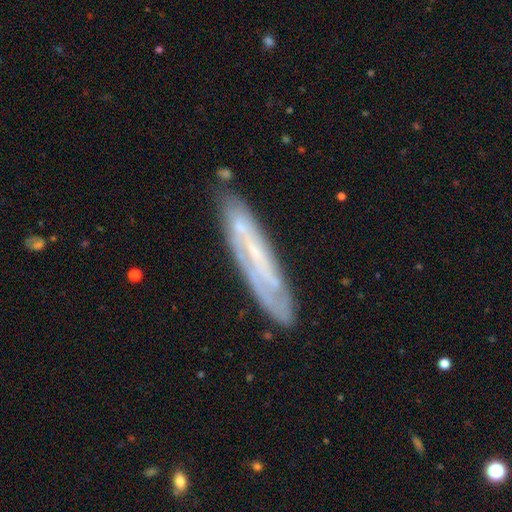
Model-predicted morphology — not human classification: featured or disk 64%, smooth 27%, star or artifact 8%. Down the decision tree: edge-on disk — no (51%); merging — none (77%).